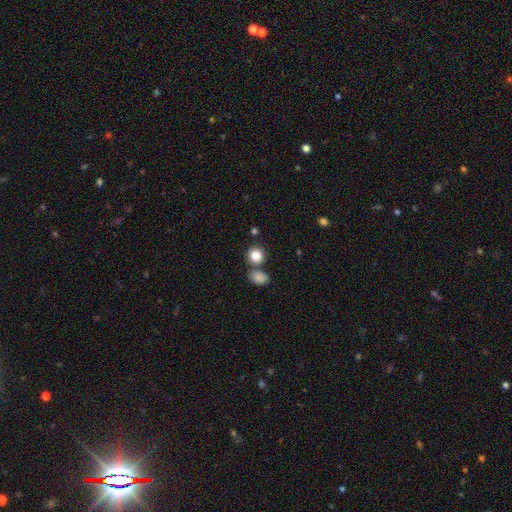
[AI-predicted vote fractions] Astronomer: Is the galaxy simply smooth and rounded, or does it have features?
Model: smooth — 85%.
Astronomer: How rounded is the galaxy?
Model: round — 82%.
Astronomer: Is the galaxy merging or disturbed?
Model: none — 66%.